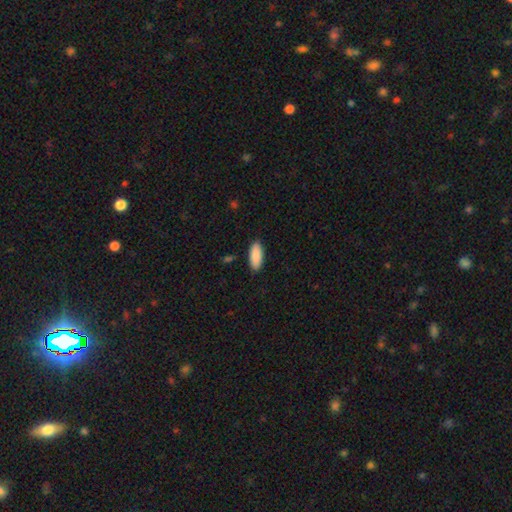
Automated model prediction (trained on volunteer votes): A smooth galaxy with no disk features (90%) that is in between round and cigar-shaped (84%).

Vote fractions:
- Smooth or featured? smooth: 90% / star or artifact: 6% / featured or disk: 4%
- How rounded? in between: 84% / cigar-shaped: 15% / round: 2%
- Merging? none: 89% / minor disturbance: 8% / major disturbance: 2% / merger: 1%